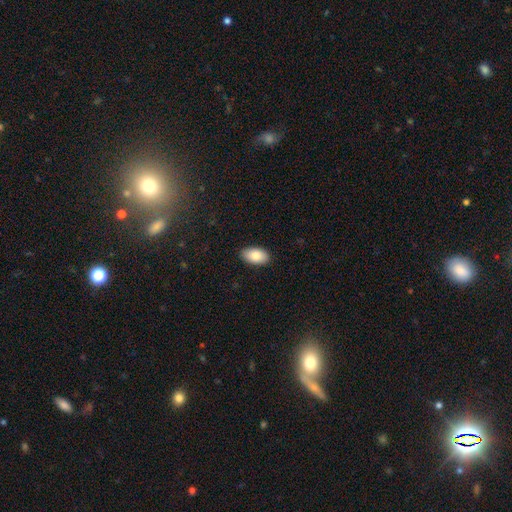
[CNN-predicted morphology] Smooth or featured?
  - smooth: 86% *
  - featured or disk: 8%
  - star or artifact: 6%
How rounded?
  - in between: 95% *
  - round: 4%
  - cigar-shaped: 1%
Merging?
  - none: 89% *
  - minor disturbance: 9%
  - major disturbance: 2%
  - merger: 1%